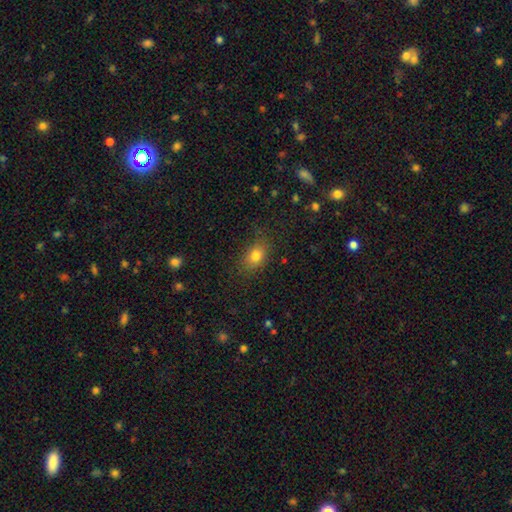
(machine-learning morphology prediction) smooth 80%, star or artifact 12%, featured or disk 9%. Down the decision tree: how rounded — in between (71%); merging — none (77%).